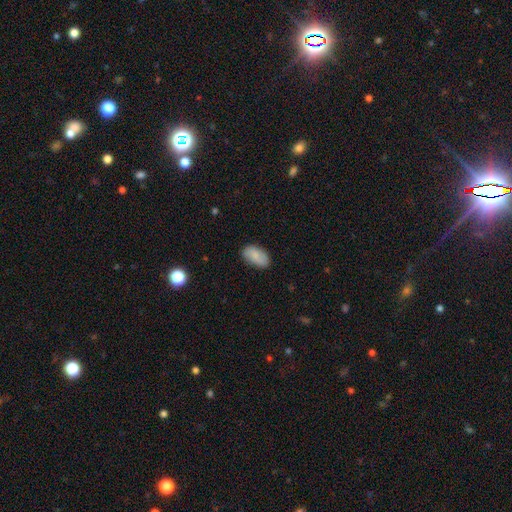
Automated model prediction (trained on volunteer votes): smooth-or-featured: smooth: 83% | featured or disk: 11% | star or artifact: 7%
  how-rounded: in between: 94% | round: 4% | cigar-shaped: 2%
  merging: none: 83% | minor disturbance: 13% | major disturbance: 3% | merger: 1%